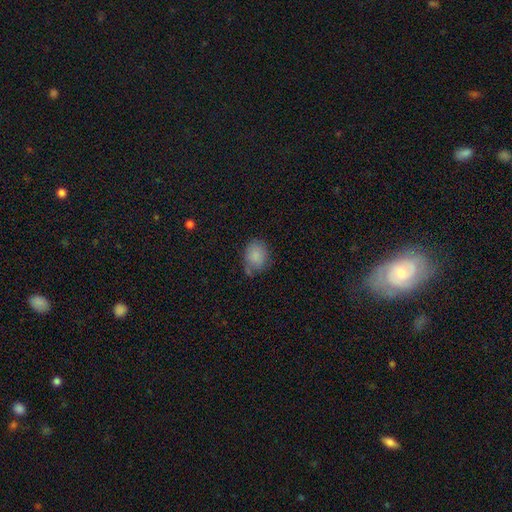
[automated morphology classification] smooth-or-featured: smooth: 82% | star or artifact: 9% | featured or disk: 9%
  how-rounded: in between: 52% | round: 47% | cigar-shaped: 1%
  merging: none: 58% | minor disturbance: 29% | major disturbance: 8% | merger: 5%